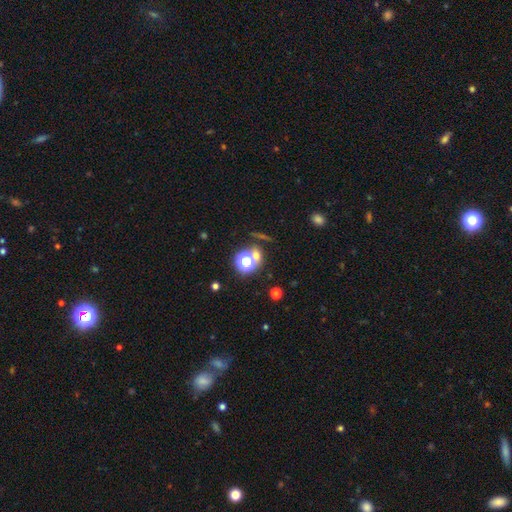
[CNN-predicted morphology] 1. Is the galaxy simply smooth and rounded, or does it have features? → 43% star or artifact, 41% smooth, 15% featured or disk.